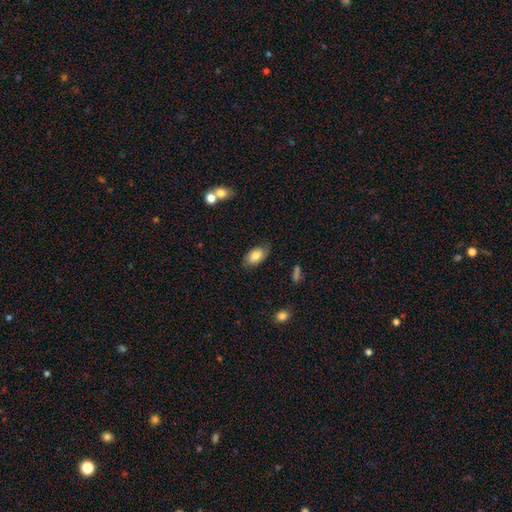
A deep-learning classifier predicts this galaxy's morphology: Smooth or featured: smooth — 74% (featured or disk — 19%)
How rounded: in between — 93% (round — 5%)
Merging: none — 74% (minor disturbance — 20%)